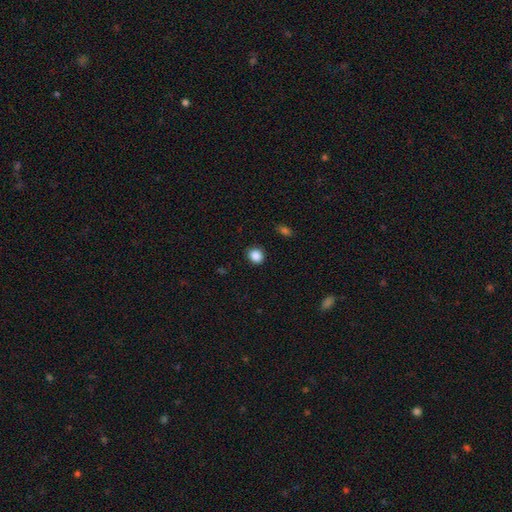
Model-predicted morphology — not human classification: This is clearly a smooth galaxy (88%). How rounded: likely round (74%). Merging: clearly none (88%).